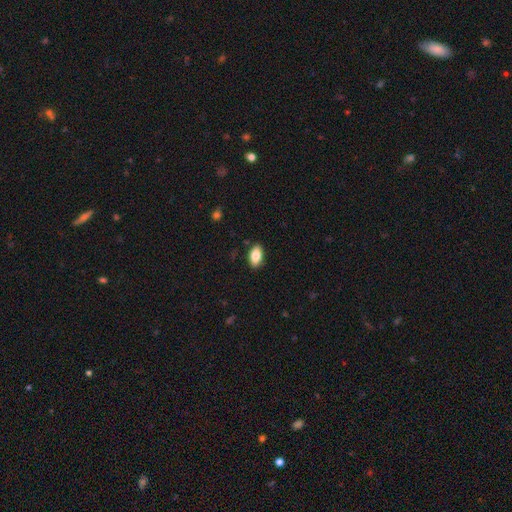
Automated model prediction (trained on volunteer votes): Overall: smooth (84%). How rounded: in between (93%). Merging: none (88%).